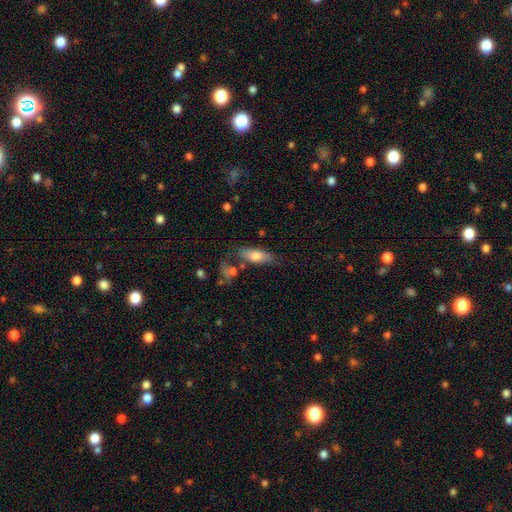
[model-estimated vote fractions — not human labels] Q: Smooth or featured?
A: smooth (72%); runner-up: featured or disk (22%)
Q: How rounded?
A: in between (68%); runner-up: cigar-shaped (29%)
Q: Merging?
A: none (68%); runner-up: minor disturbance (17%)